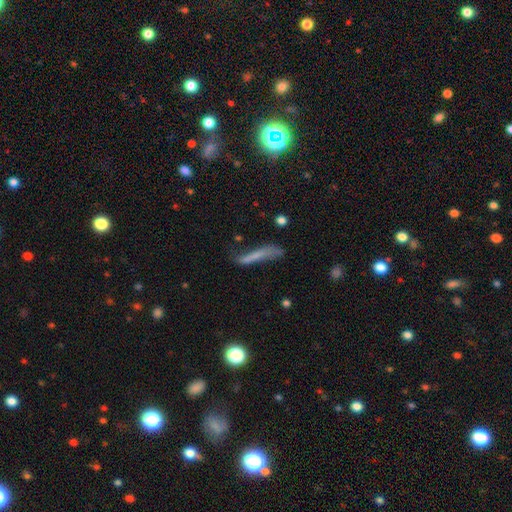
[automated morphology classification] Overall: smooth (57%; featured or disk 34%). How rounded: cigar-shaped (90%). Merging: none (47%; minor disturbance 29%).